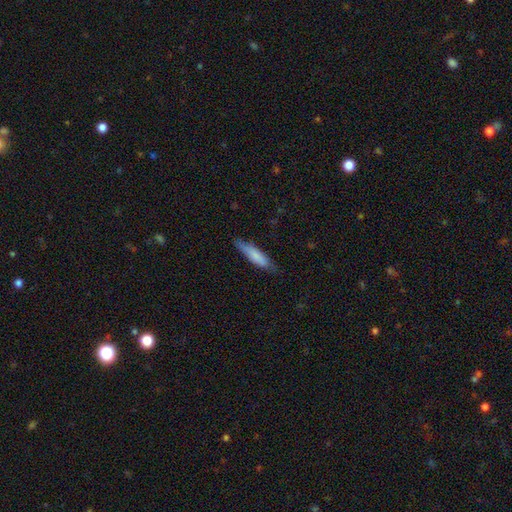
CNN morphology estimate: Smooth or featured? Predicted: smooth (p=0.76). How rounded? Predicted: cigar-shaped (p=0.77). Merging? Predicted: none (p=0.74).